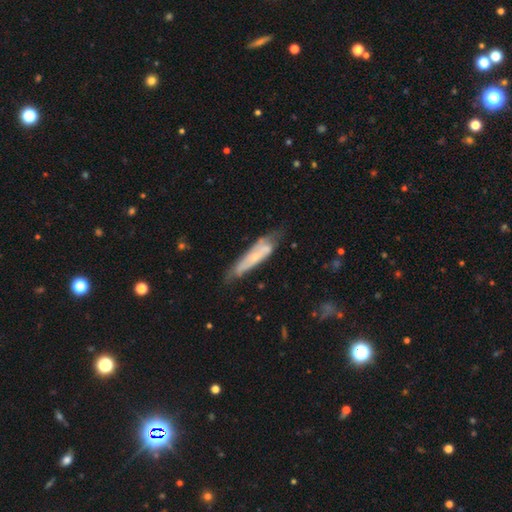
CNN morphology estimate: Overall: featured or disk (54%; smooth 39%). Edge-on disk: no (56%; yes 44%). Merging: none (53%; minor disturbance 29%).